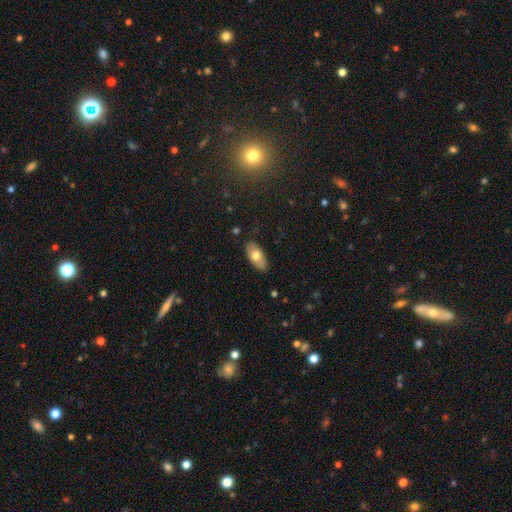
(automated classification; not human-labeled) Smooth or featured? smooth (72%)
How rounded? in between (91%)
Merging? none (86%)